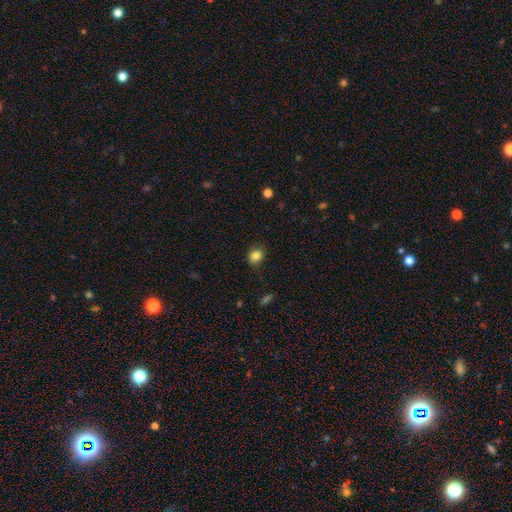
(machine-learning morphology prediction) Smooth or featured? smooth (84%)
How rounded? round (52%)
Merging? none (76%)